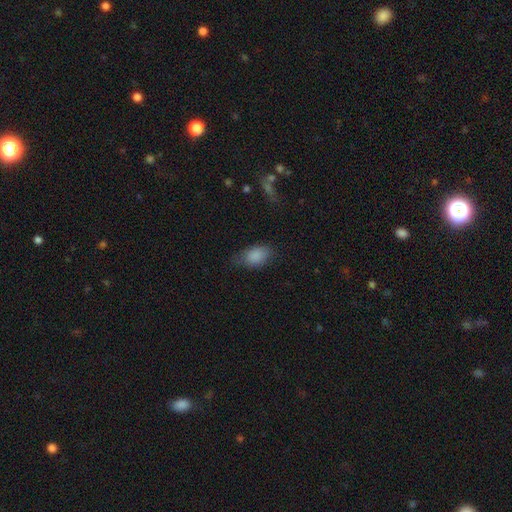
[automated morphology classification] Overall: smooth (87%). How rounded: in between (90%). Merging: none (64%; minor disturbance 26%).